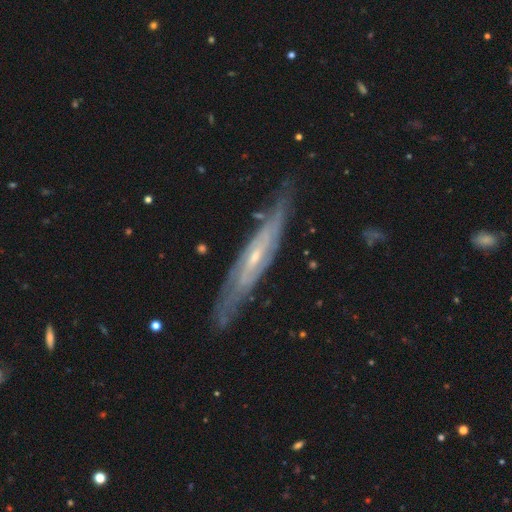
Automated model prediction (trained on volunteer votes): featured or disk 81%, smooth 12%, star or artifact 6%. Down the decision tree: edge-on disk — yes (50%, tied with no); merging — none (77%).